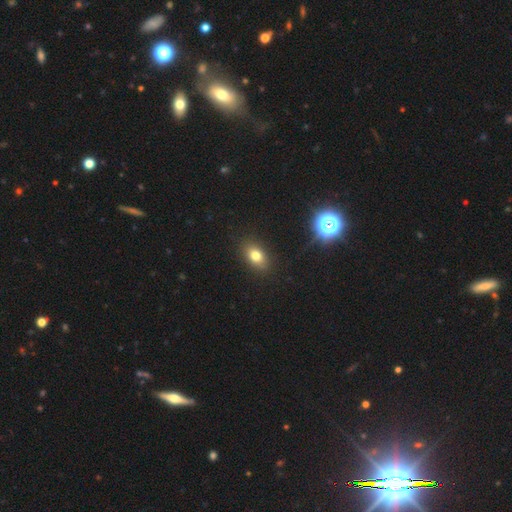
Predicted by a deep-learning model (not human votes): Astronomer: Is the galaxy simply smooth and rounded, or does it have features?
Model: smooth — 76%.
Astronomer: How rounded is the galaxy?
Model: in between — 77%.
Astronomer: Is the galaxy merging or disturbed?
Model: none — 87%.